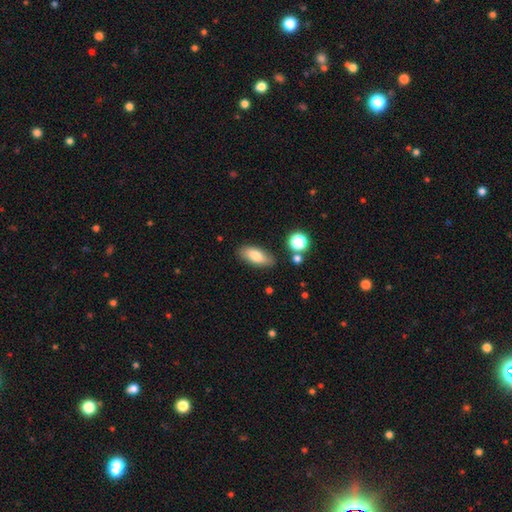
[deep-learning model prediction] A smooth galaxy with no disk features (77%) that is in between round and cigar-shaped (82%). Merging: none (82%).